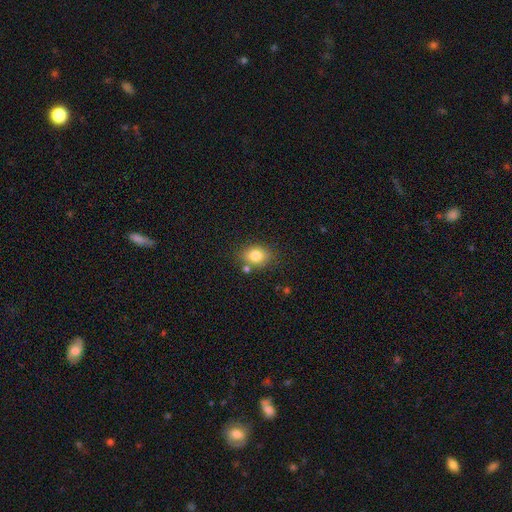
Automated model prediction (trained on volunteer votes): Smooth or featured? Predicted: smooth (p=0.80). How rounded? Predicted: in between (p=0.59). Merging? Predicted: none (p=0.74).